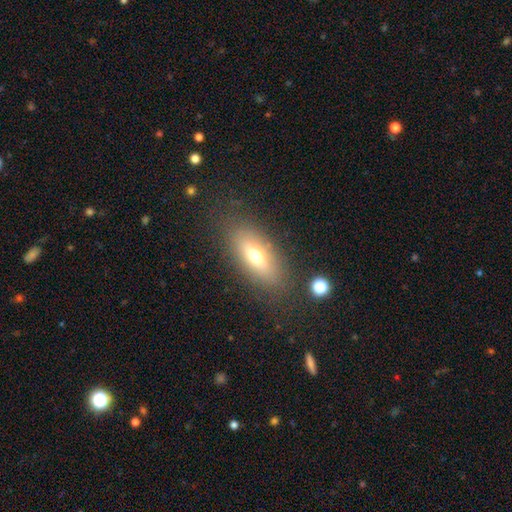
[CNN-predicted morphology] Smooth or featured? Predicted: smooth (p=0.64). How rounded? Predicted: in between (p=0.77). Merging? Predicted: none (p=0.80).